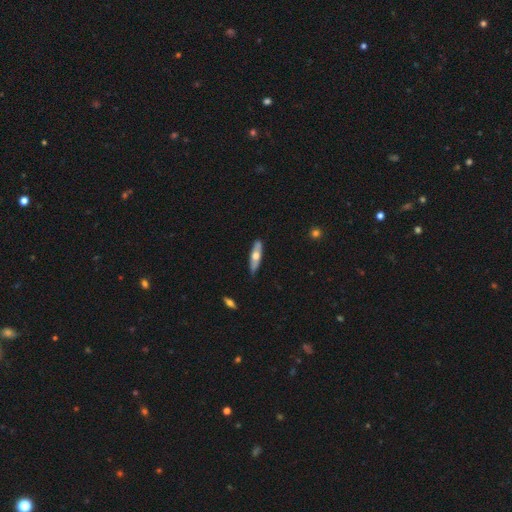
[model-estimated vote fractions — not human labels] The model was most divided on "smooth or featured": smooth: 49%, featured or disk: 46%, star or artifact: 5%. More confident: merging — none (83%).